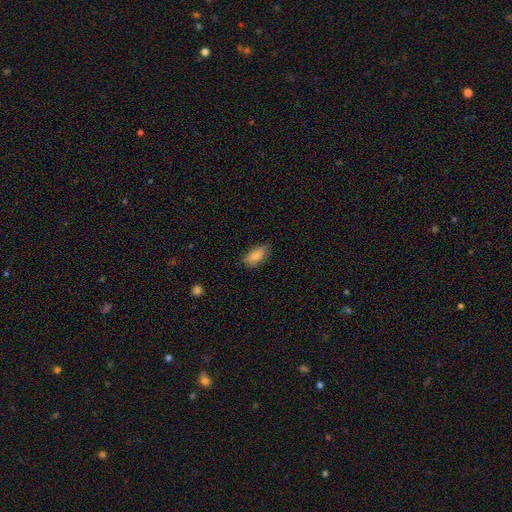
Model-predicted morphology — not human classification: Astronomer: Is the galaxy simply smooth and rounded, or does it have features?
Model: smooth — 83%.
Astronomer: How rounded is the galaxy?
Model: in between — 88%.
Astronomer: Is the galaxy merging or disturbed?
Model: none — 78%.